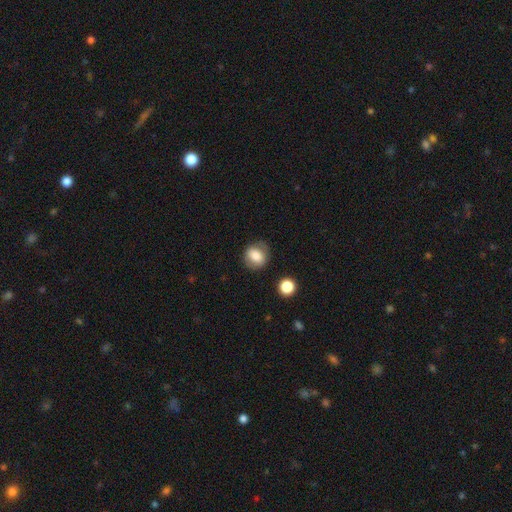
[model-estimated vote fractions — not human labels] A smooth galaxy with no disk features (79%) that is round (64%). Merging: none (79%).